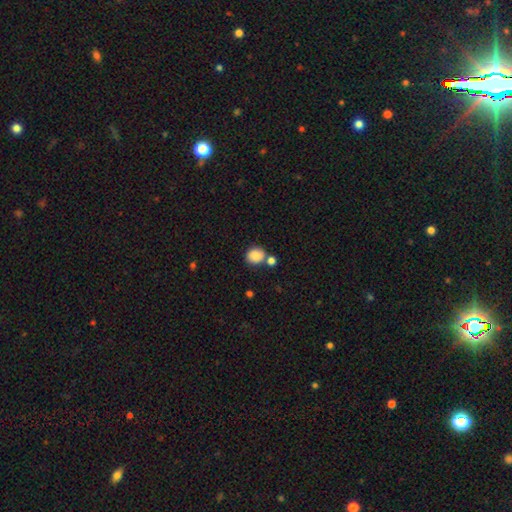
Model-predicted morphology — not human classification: type=smooth (86%); roundness=round (71%); merging=none (62%).